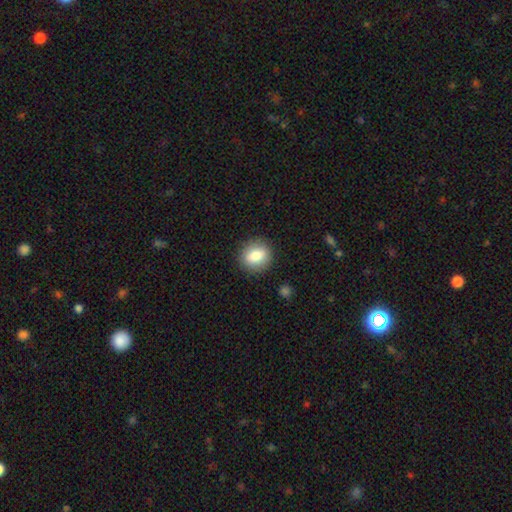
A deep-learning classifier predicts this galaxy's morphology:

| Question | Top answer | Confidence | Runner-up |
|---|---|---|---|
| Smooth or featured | smooth | 83% | featured or disk (9%) |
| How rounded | round | 68% | in between (30%) |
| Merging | none | 88% | minor disturbance (8%) |